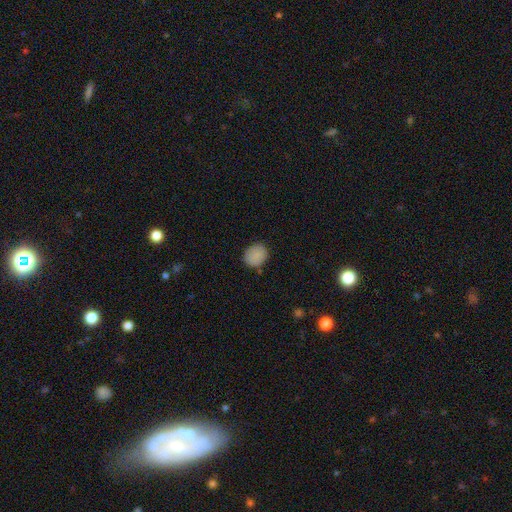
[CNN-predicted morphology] type=smooth (87%); roundness=round (67%); merging=none (84%).